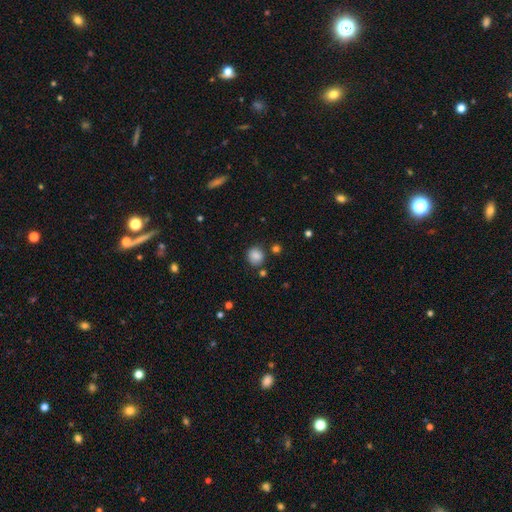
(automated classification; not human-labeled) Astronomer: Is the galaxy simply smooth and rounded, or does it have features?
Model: smooth — 86%.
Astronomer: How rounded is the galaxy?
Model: round — 83%.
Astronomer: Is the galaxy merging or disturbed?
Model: none — 80%.